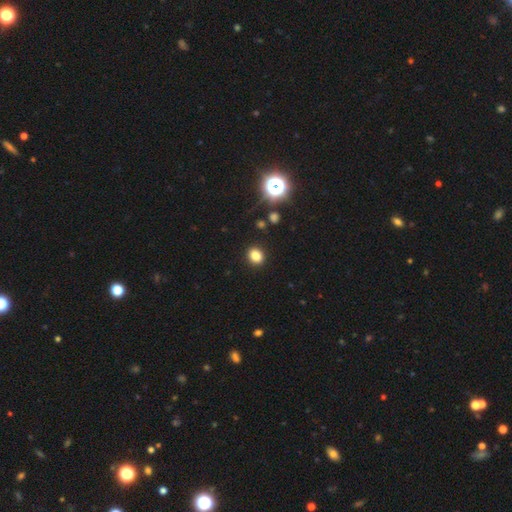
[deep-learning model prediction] smooth_or_featured: smooth (p=0.82) [alt: star or artifact p=0.13]
how_rounded: round (p=0.56) [alt: in between p=0.43]
merging: none (p=0.90) [alt: minor disturbance p=0.06]